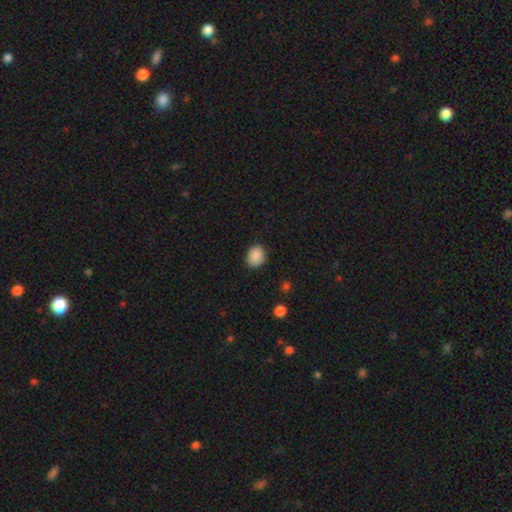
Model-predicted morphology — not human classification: A smooth galaxy with no disk features (88%) that is round (53%). Merging: none (85%).